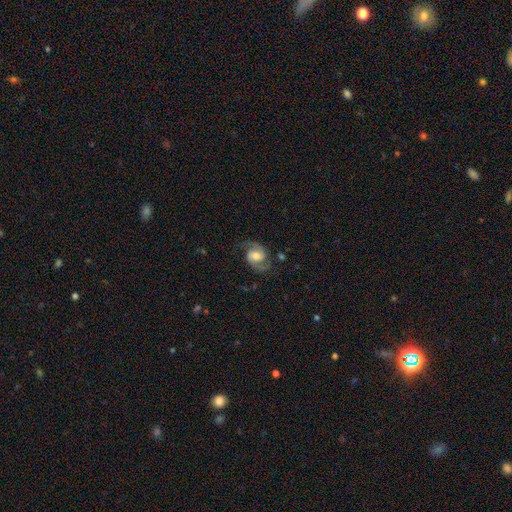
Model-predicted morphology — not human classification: type=featured or disk (86%); edge-on=no (98%); bar=no (49%); spiral arms=yes (97%); winding=medium (55%); arm count=2 (93%); bulge=moderate (64%); merging=none (79%).